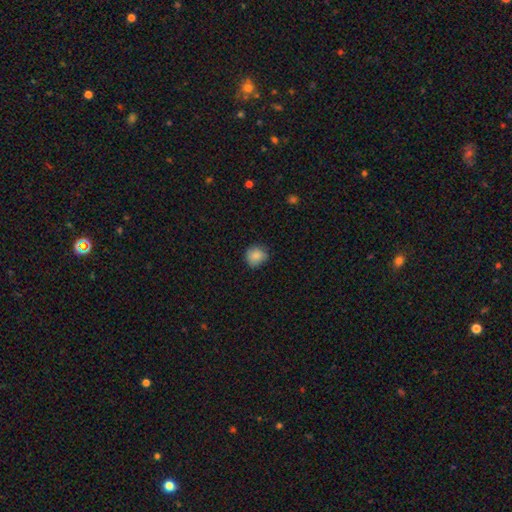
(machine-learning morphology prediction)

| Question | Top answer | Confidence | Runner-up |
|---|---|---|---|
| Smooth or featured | smooth | 87% | star or artifact (9%) |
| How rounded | round | 87% | in between (12%) |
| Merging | none | 80% | minor disturbance (16%) |